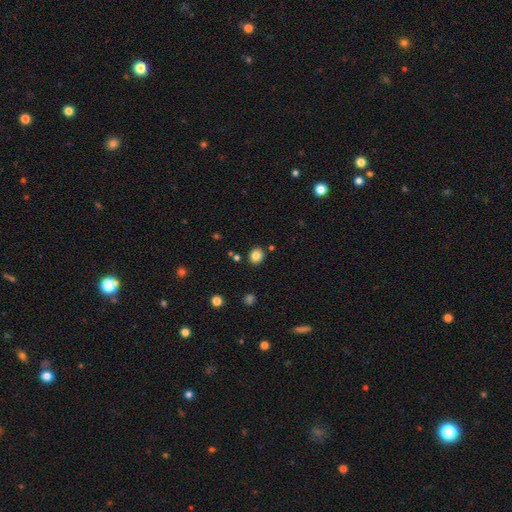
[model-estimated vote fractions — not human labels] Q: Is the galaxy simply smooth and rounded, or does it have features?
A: smooth — 83%.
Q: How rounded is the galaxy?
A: round — 75%.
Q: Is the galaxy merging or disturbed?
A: none — 86%.